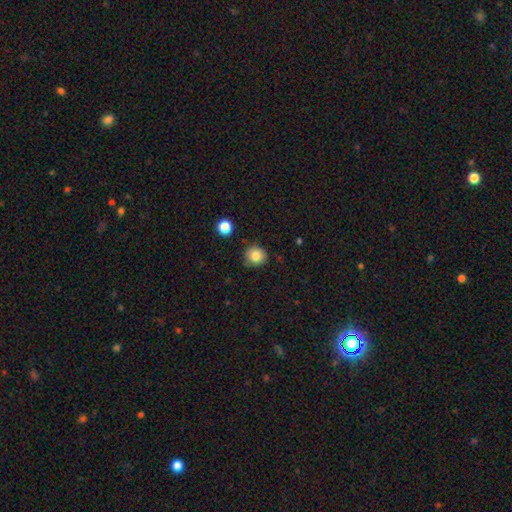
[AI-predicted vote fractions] The model was most divided on "merging": none: 84%, minor disturbance: 12%, major disturbance: 2%, merger: 2%. More confident: how rounded — round (88%); smooth or featured — smooth (83%).